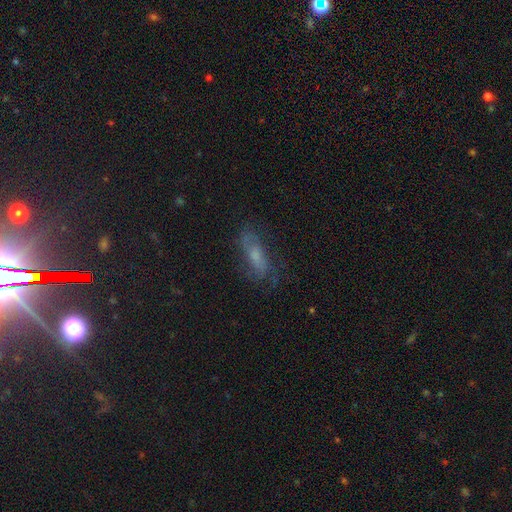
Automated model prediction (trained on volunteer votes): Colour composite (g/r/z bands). It shows a featured or disk galaxy (53%). Merging: none (65%).